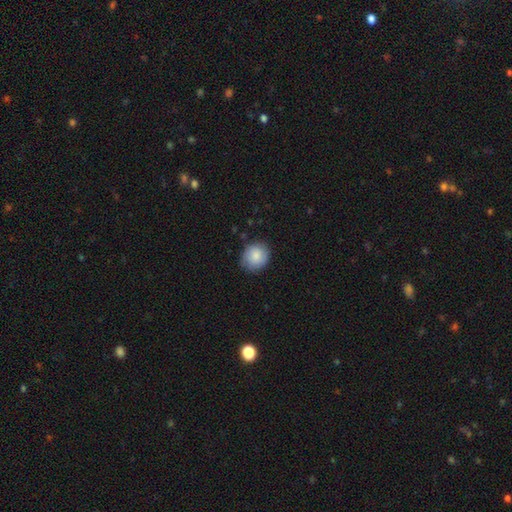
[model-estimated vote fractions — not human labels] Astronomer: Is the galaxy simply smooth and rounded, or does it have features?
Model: smooth — 85%.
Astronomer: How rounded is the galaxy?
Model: round — 73%.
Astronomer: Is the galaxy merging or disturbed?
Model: none — 79%.